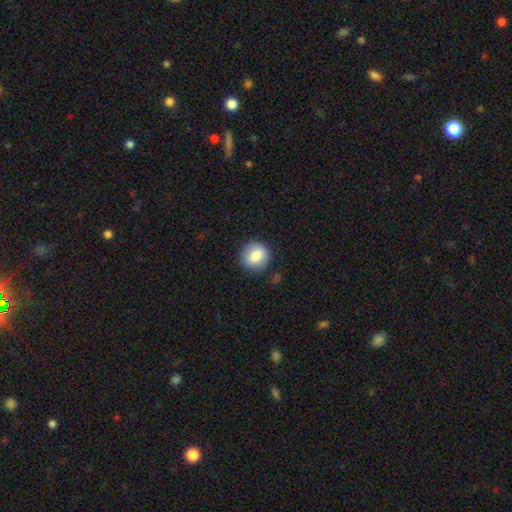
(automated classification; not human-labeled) Smooth or featured? smooth (83%)
How rounded? round (87%)
Merging? none (86%)